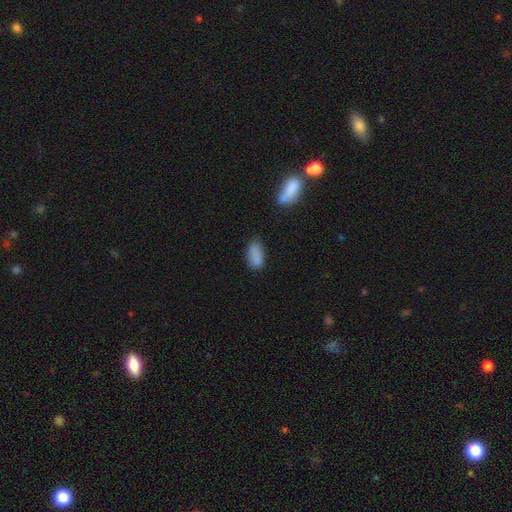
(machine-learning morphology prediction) The model was most divided on "merging": none: 69%, minor disturbance: 22%, major disturbance: 5%, merger: 4%. More confident: how rounded — in between (90%); smooth or featured — smooth (85%).